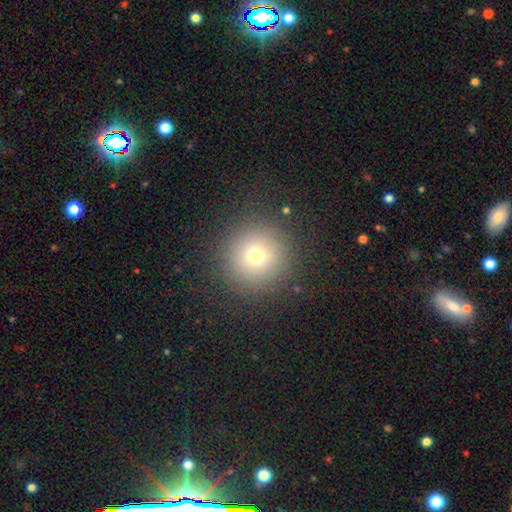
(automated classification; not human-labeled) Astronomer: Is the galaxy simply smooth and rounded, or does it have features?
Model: smooth — 72%.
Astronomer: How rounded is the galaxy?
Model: round — 95%.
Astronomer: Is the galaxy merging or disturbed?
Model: none — 89%.